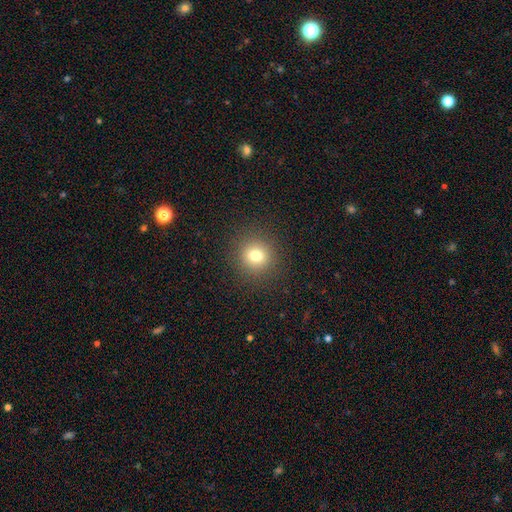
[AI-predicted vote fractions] This appears to be a smooth galaxy with no disk features (77%) that is round (91%). Merging: none (91%).